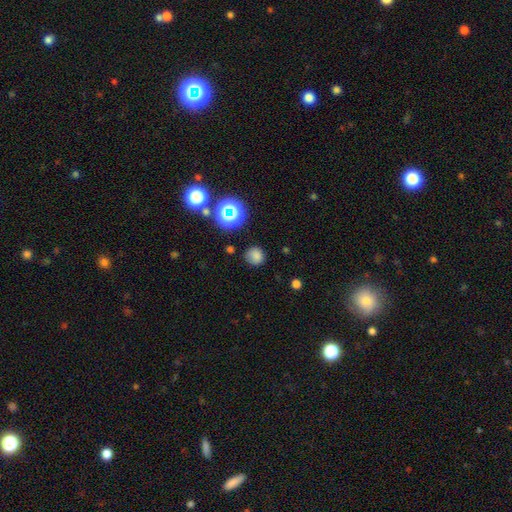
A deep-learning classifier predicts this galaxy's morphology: smooth 76%, star or artifact 18%, featured or disk 6%. Down the decision tree: how rounded — round (88%); merging — none (80%).